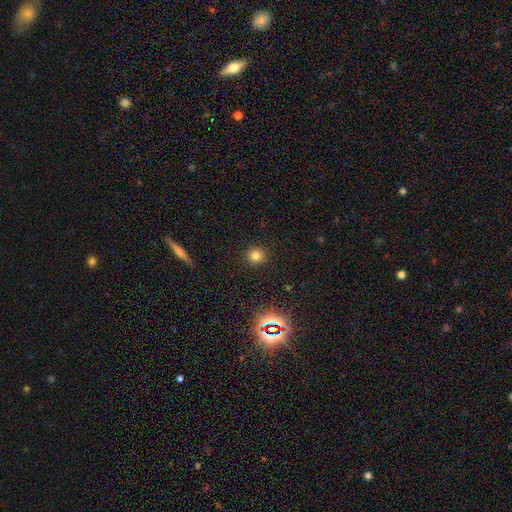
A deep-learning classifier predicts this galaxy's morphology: Q: Smooth or featured?
A: smooth (78%); runner-up: star or artifact (17%)
Q: How rounded?
A: round (91%); runner-up: in between (8%)
Q: Merging?
A: none (91%); runner-up: minor disturbance (6%)